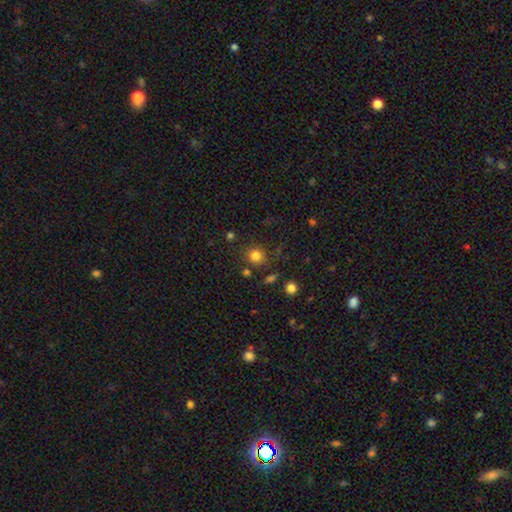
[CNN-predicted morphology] A smooth galaxy with no disk features (81%) that is round (84%).

Vote fractions:
- Smooth or featured? smooth: 81% / star or artifact: 14% / featured or disk: 6%
- How rounded? round: 84% / in between: 15% / cigar-shaped: 1%
- Merging? none: 80% / minor disturbance: 11% / merger: 5% / major disturbance: 4%